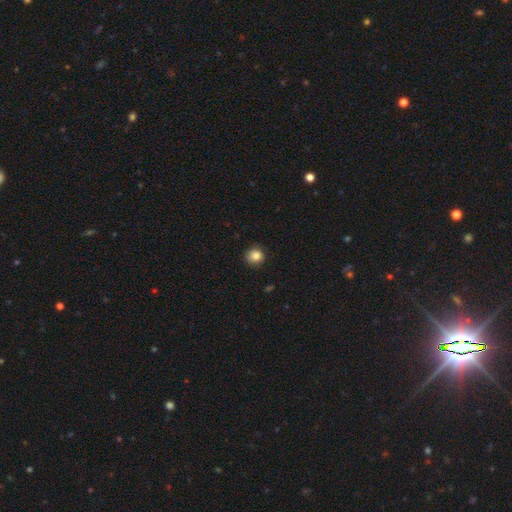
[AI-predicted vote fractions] smooth_or_featured: smooth (p=0.86) [alt: star or artifact p=0.10]
how_rounded: round (p=0.89) [alt: in between p=0.10]
merging: none (p=0.89) [alt: minor disturbance p=0.08]